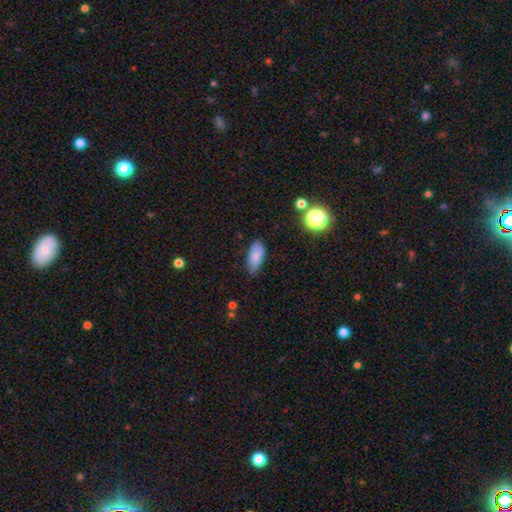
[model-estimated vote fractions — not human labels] The model was most divided on "merging": none: 71%, minor disturbance: 23%, major disturbance: 4%, merger: 2%. More confident: smooth or featured — smooth (84%); how rounded — in between (82%).